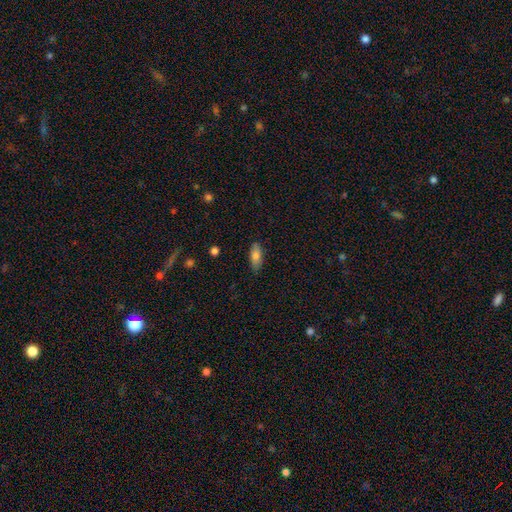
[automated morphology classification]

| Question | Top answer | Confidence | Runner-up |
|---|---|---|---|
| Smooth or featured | smooth | 79% | featured or disk (13%) |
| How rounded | in between | 76% | cigar-shaped (22%) |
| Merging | none | 83% | minor disturbance (13%) |